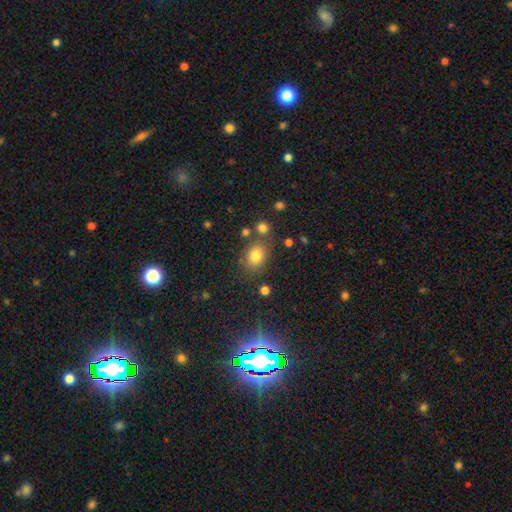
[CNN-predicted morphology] A smooth galaxy with no disk features (79%) that is round (51%). Merging: none (72%).